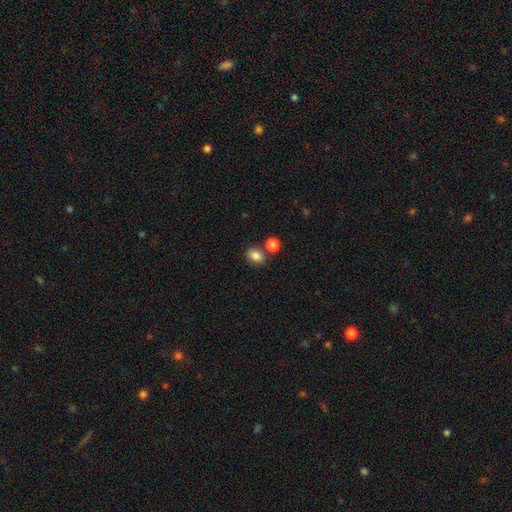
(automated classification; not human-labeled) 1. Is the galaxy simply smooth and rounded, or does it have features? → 84% smooth, 10% star or artifact, 6% featured or disk.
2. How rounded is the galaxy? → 59% in between, 39% round, 1% cigar-shaped.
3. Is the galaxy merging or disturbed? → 69% none, 16% merger, 11% minor disturbance, 3% major disturbance.